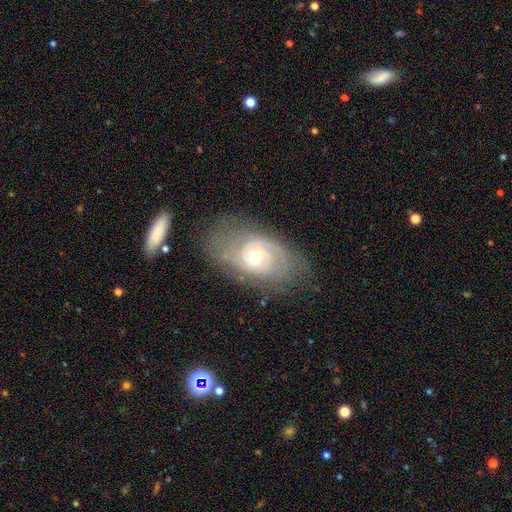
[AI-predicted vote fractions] Q: Smooth or featured?
A: featured or disk (80%); runner-up: smooth (13%)
Q: Edge-on disk?
A: no (95%); runner-up: yes (5%)
Q: Bar?
A: no (67%); runner-up: weak (27%)
Q: Spiral arms?
A: yes (91%); runner-up: no (9%)
Q: Spiral winding?
A: tight (59%); runner-up: medium (31%)
Q: Spiral arm count?
A: 2 (46%); runner-up: can't tell (30%)
Q: Bulge size?
A: moderate (56%); runner-up: small (39%)
Q: Merging?
A: none (65%); runner-up: minor disturbance (21%)